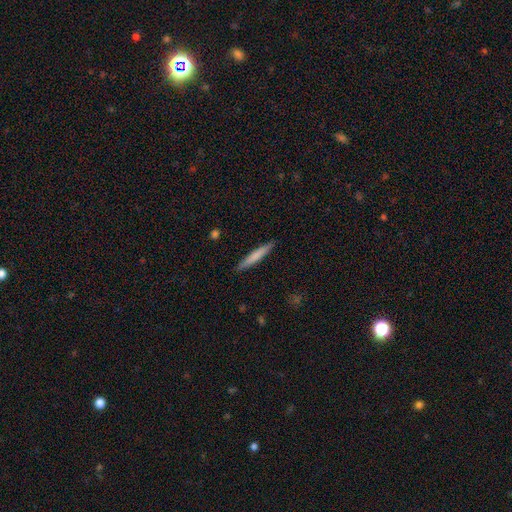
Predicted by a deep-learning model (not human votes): Smooth or featured: smooth — 70% (featured or disk — 25%)
How rounded: cigar-shaped — 95% (in between — 4%)
Merging: none — 90% (minor disturbance — 7%)